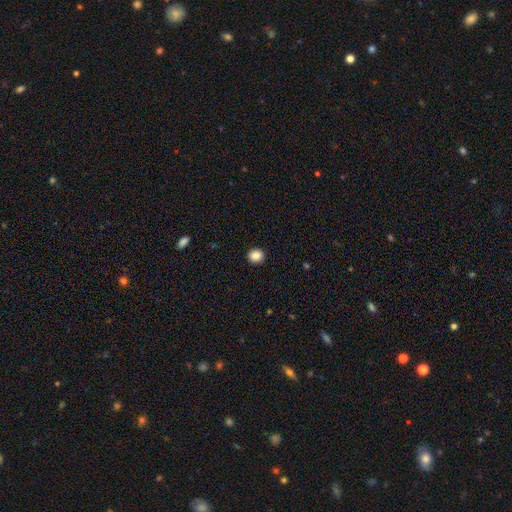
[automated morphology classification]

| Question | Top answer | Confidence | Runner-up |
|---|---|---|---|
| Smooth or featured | smooth | 87% | star or artifact (9%) |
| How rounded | round | 88% | in between (11%) |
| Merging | none | 93% | minor disturbance (5%) |